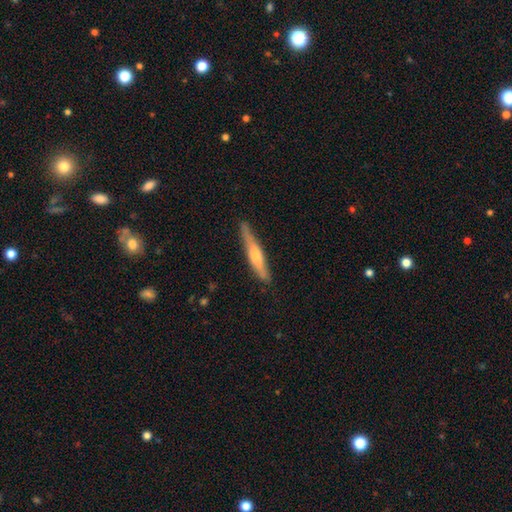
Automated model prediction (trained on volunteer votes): A featured or disk galaxy (54%) viewed edge-on (94%) with a rounded central bulge (81%).

Vote fractions:
- Smooth or featured? featured or disk: 54% / smooth: 41% / star or artifact: 6%
- Edge-on disk? yes: 94% / no: 6%
- Edge-on bulge? rounded: 81% / none: 12% / boxy: 7%
- Merging? none: 84% / minor disturbance: 12% / major disturbance: 2% / merger: 1%